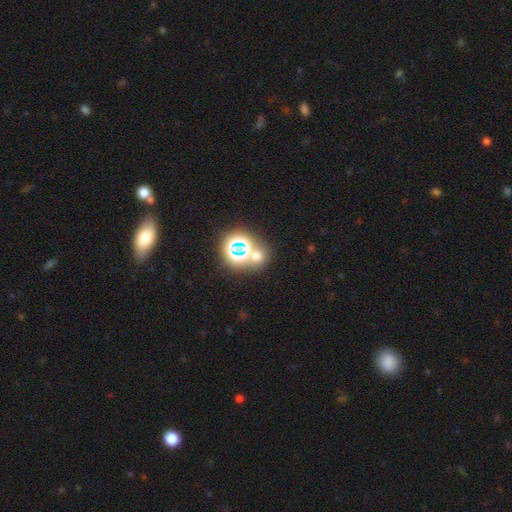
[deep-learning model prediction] Overall: smooth (46%; star or artifact 45%). Merging: none (62%; merger 27%).